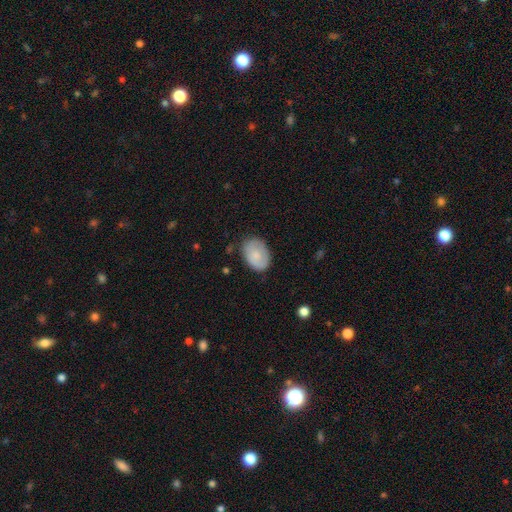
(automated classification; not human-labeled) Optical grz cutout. It shows a smooth galaxy with no disk features (77%) that is in between round and cigar-shaped (82%). Merging: none (73%).